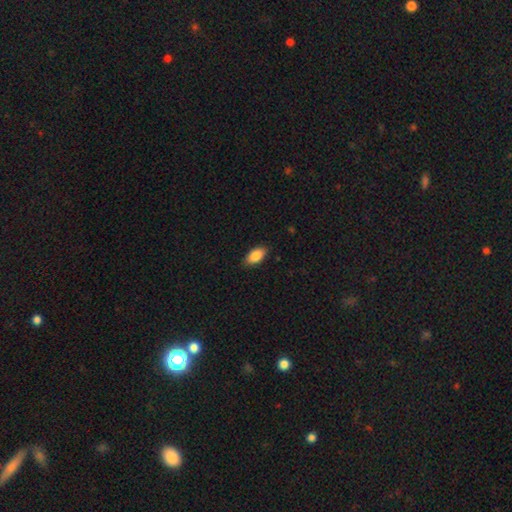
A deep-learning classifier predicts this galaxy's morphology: Smooth or featured?
  - smooth: 87% *
  - star or artifact: 7%
  - featured or disk: 6%
How rounded?
  - in between: 93% *
  - round: 4%
  - cigar-shaped: 4%
Merging?
  - none: 87% *
  - minor disturbance: 10%
  - major disturbance: 2%
  - merger: 1%